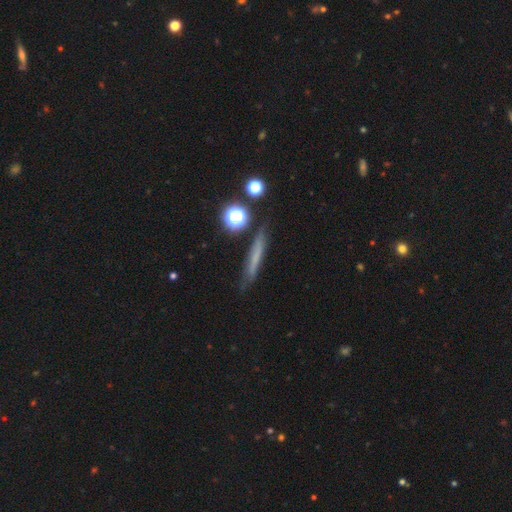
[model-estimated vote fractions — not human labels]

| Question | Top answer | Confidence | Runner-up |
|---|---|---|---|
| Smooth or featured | smooth | 55% | featured or disk (31%) |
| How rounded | cigar-shaped | 87% | round (7%) |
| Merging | none | 78% | minor disturbance (14%) |